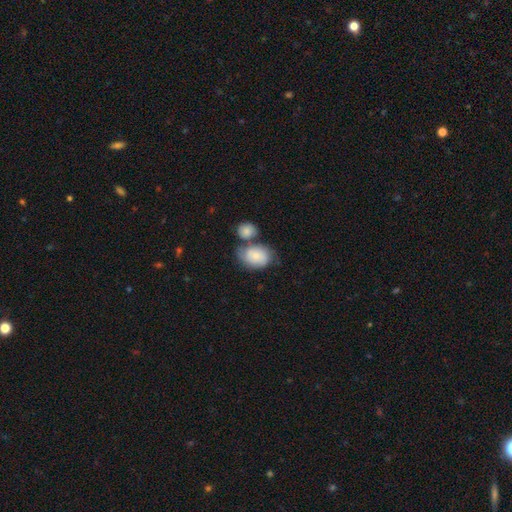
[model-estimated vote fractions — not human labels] Q: Smooth or featured?
A: smooth (68%); runner-up: featured or disk (25%)
Q: How rounded?
A: in between (72%); runner-up: round (27%)
Q: Merging?
A: merger (38%); runner-up: none (36%)